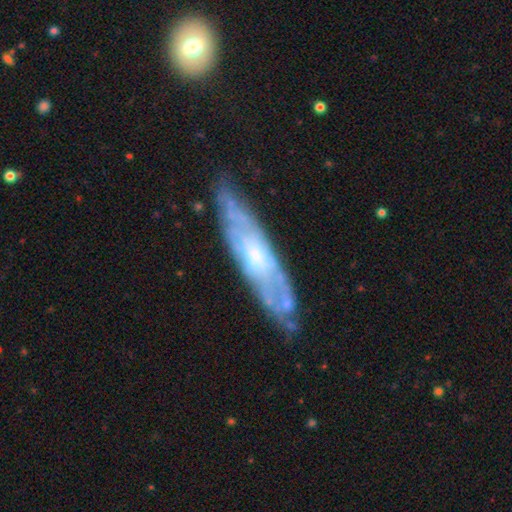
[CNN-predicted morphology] Smooth or featured?
  - featured or disk: 70% *
  - smooth: 23%
  - star or artifact: 7%
Edge-on disk?
  - no: 55% *
  - yes: 45%
Merging?
  - none: 72% *
  - minor disturbance: 20%
  - major disturbance: 6%
  - merger: 2%